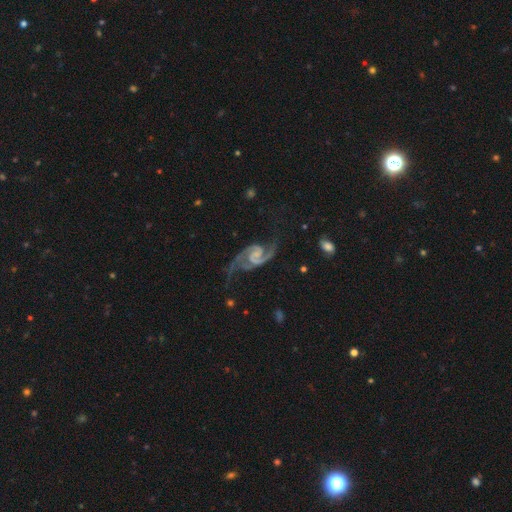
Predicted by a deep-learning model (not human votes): Smooth or featured? Predicted: featured or disk (p=0.93). Edge-on disk? Predicted: no (p=0.98). Bar? Predicted: no (p=0.44). Spiral arms? Predicted: yes (p=0.98). Spiral winding? Predicted: medium (p=0.54). Spiral arm count? Predicted: 2 (p=0.94). Bulge size? Predicted: small (p=0.41). Merging? Predicted: none (p=0.57).